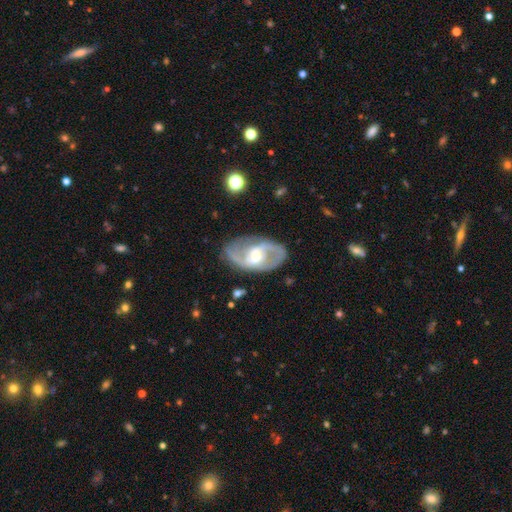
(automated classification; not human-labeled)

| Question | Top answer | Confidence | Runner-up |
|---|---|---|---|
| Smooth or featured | featured or disk | 86% | smooth (9%) |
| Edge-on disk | no | 96% | yes (4%) |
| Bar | weak | 44% | no (36%) |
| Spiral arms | yes | 92% | no (8%) |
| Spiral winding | medium | 51% | loose (29%) |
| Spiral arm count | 2 | 87% | can't tell (6%) |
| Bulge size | moderate | 51% | small (44%) |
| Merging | none | 78% | minor disturbance (14%) |